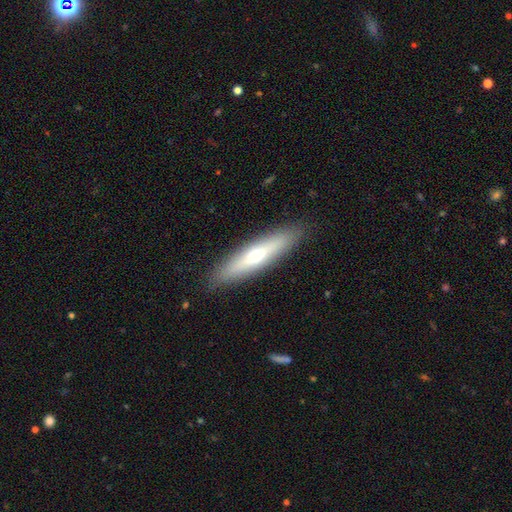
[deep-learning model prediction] smooth_or_featured: smooth (p=0.51) [alt: featured or disk p=0.43]
how_rounded: cigar-shaped (p=0.81) [alt: in between p=0.18]
merging: none (p=0.89) [alt: minor disturbance p=0.08]